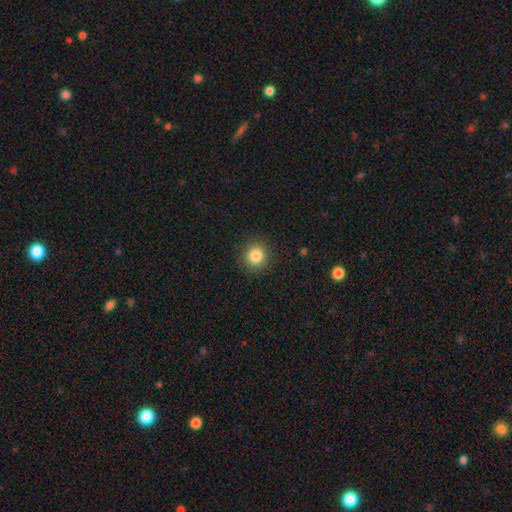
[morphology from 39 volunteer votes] A smooth galaxy with no disk features (92%) that is round (94%).

Vote fractions:
- Smooth or featured? smooth: 92% / star or artifact: 8% / featured or disk: 0%
- How rounded? round: 94% / in between: 3% / cigar-shaped: 3%
- Merging? none: 97% / major disturbance: 3% / minor disturbance: 0% / merger: 0%